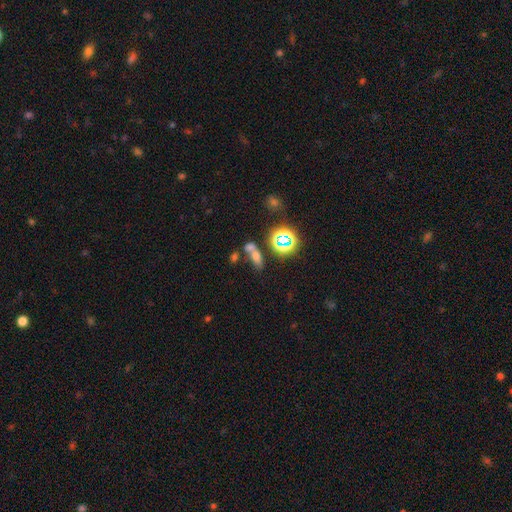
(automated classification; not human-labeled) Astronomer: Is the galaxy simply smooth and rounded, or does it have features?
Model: smooth — 57%.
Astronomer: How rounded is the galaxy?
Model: in between — 67%.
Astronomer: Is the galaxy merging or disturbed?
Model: merger — 45% (runner-up: none, 39%).